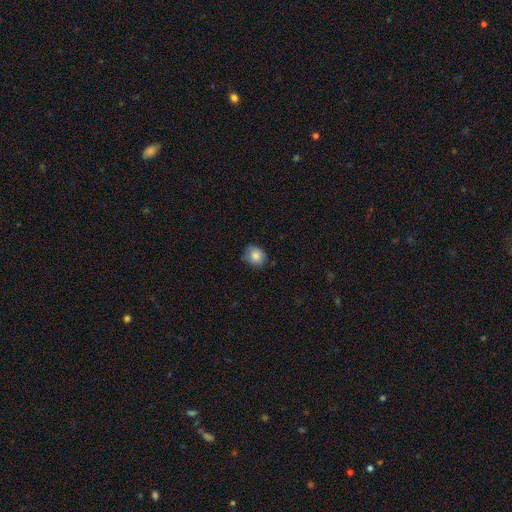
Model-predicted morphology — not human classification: Smooth or featured?
  - smooth: 84% *
  - star or artifact: 9%
  - featured or disk: 7%
How rounded?
  - round: 74% *
  - in between: 25%
  - cigar-shaped: 1%
Merging?
  - none: 76% *
  - minor disturbance: 19%
  - major disturbance: 3%
  - merger: 1%